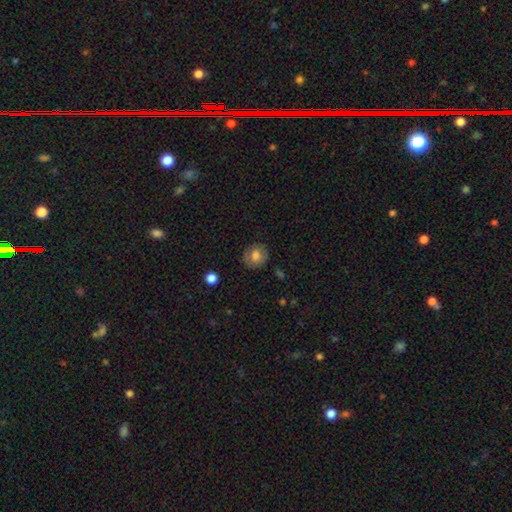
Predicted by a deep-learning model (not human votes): Q: Smooth or featured?
A: smooth (73%); runner-up: featured or disk (19%)
Q: How rounded?
A: round (73%); runner-up: in between (26%)
Q: Merging?
A: none (80%); runner-up: minor disturbance (14%)